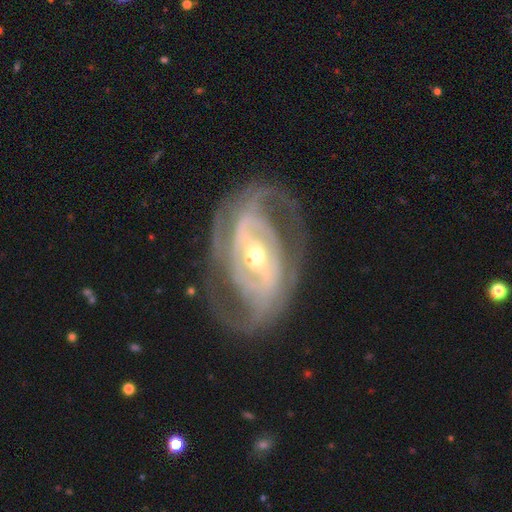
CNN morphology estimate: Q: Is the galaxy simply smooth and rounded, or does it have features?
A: featured or disk — 88%.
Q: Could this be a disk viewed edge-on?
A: no — 95%.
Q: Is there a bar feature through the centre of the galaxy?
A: strong — 36%.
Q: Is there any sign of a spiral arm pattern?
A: yes — 86%.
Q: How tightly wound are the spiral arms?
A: tight — 48%.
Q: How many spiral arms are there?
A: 2 — 53%.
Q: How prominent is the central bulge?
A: moderate — 51%.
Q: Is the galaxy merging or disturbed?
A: none — 70%.